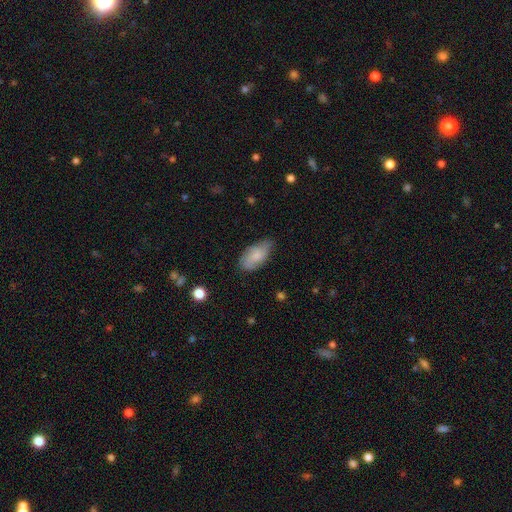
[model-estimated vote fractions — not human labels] Morphology: type=smooth (67%); roundness=in between (92%); merging=none (69%).